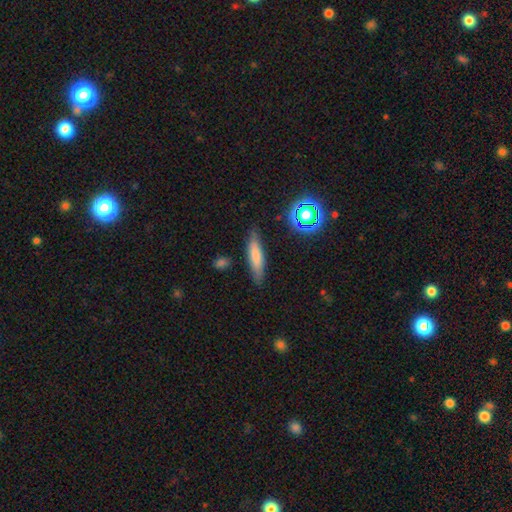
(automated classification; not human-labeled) Smooth or featured? smooth (72%)
How rounded? cigar-shaped (74%)
Merging? none (80%)